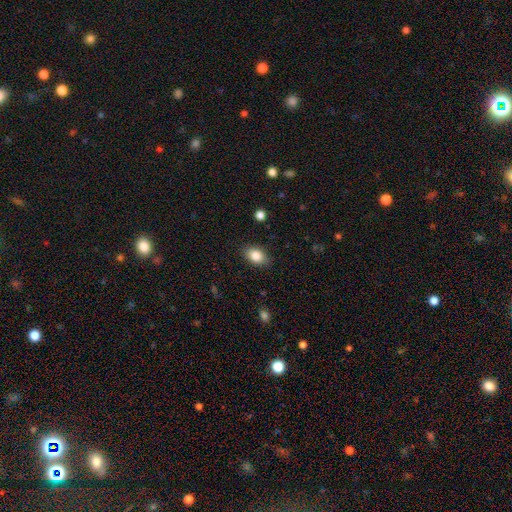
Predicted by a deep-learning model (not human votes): The model was most divided on "how rounded": in between: 85%, round: 14%, cigar-shaped: 2%. More confident: merging — none (86%); smooth or featured — smooth (85%).